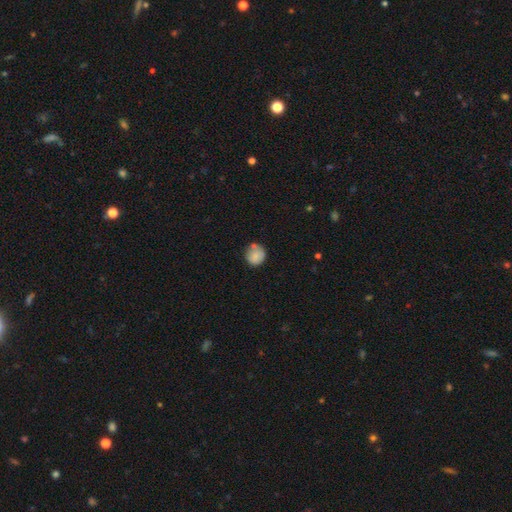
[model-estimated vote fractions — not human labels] Smooth or featured: smooth — 81% (featured or disk — 11%)
How rounded: round — 85% (in between — 14%)
Merging: none — 62% (minor disturbance — 21%)